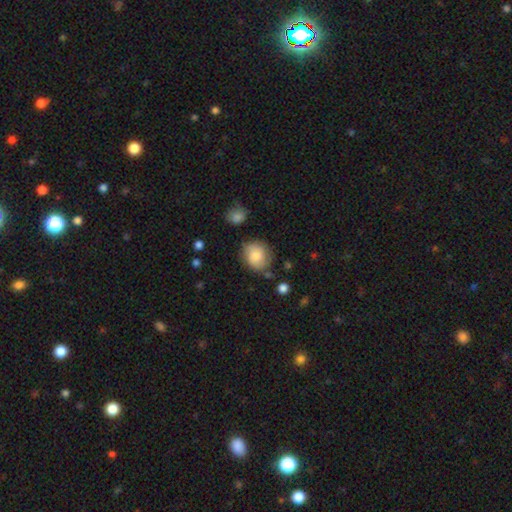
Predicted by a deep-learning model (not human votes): smooth 77%, featured or disk 15%, star or artifact 8%. Down the decision tree: how rounded — round (76%); merging — none (69%).